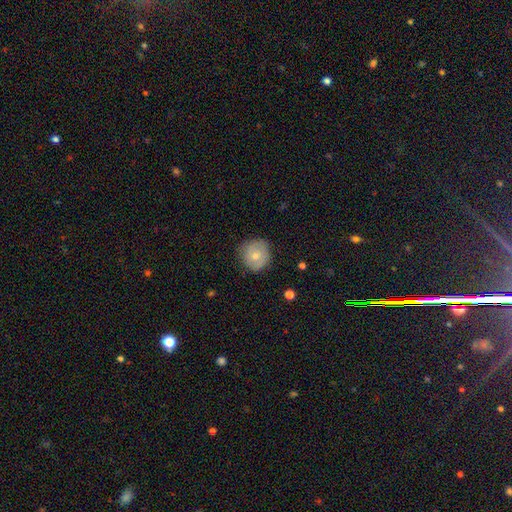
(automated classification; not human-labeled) Smooth or featured? Predicted: smooth (p=0.70). How rounded? Predicted: round (p=0.92). Merging? Predicted: none (p=0.76).